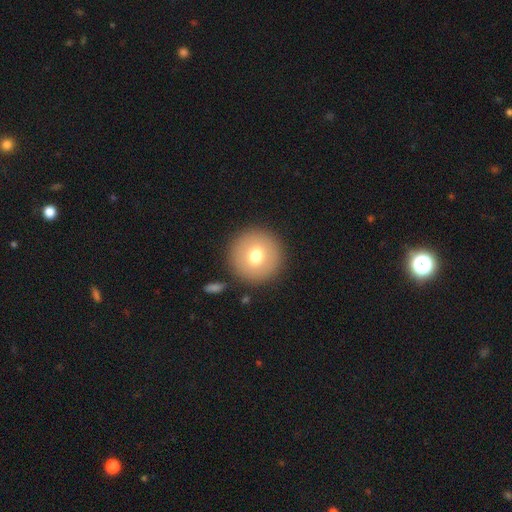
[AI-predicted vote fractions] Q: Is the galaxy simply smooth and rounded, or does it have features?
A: smooth — 72%.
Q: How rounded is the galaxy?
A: round — 97%.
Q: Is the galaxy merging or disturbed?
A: none — 89%.